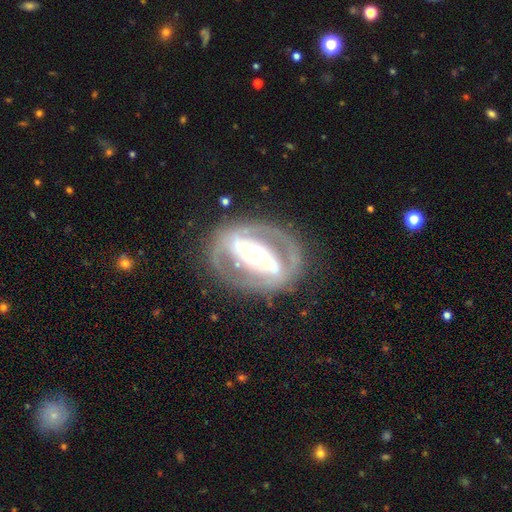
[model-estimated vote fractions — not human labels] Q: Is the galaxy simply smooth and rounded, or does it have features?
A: featured or disk — 82%.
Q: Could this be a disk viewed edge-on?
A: no — 93%.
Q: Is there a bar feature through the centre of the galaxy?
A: strong — 59%.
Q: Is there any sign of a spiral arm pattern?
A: yes — 56%.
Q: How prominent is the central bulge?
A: moderate — 56%.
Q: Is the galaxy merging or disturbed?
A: none — 76%.